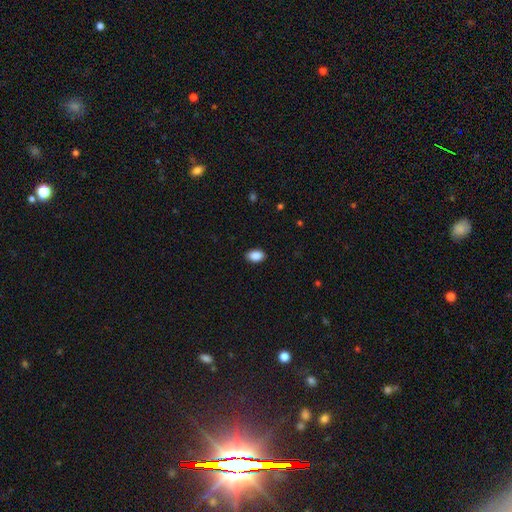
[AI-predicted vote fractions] Smooth or featured? Predicted: smooth (p=0.90). How rounded? Predicted: in between (p=0.89). Merging? Predicted: none (p=0.89).